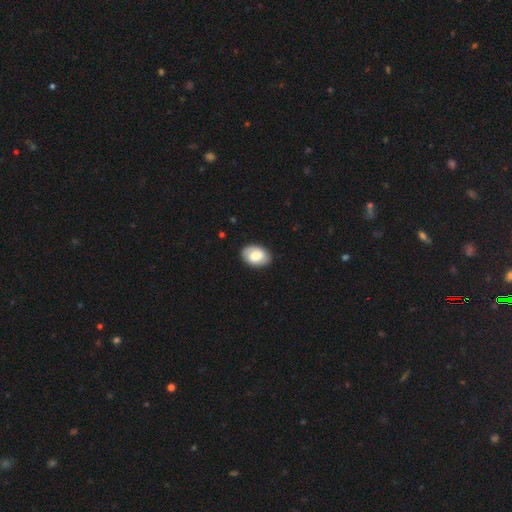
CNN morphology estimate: Smooth or featured? smooth (70%)
How rounded? in between (86%)
Merging? none (87%)